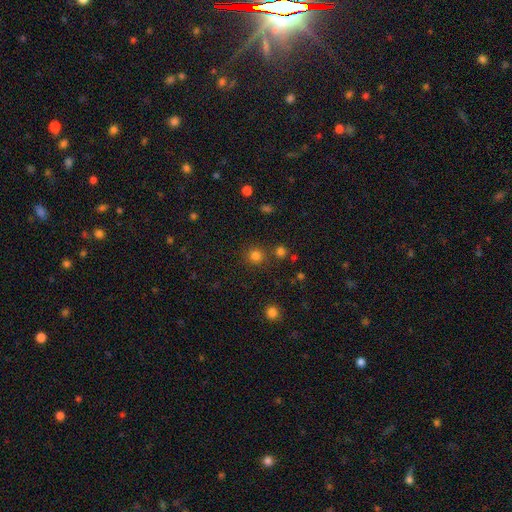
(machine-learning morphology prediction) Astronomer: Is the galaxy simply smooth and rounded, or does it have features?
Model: smooth — 79%.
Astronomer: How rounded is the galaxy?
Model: round — 92%.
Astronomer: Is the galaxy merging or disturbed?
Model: none — 82%.